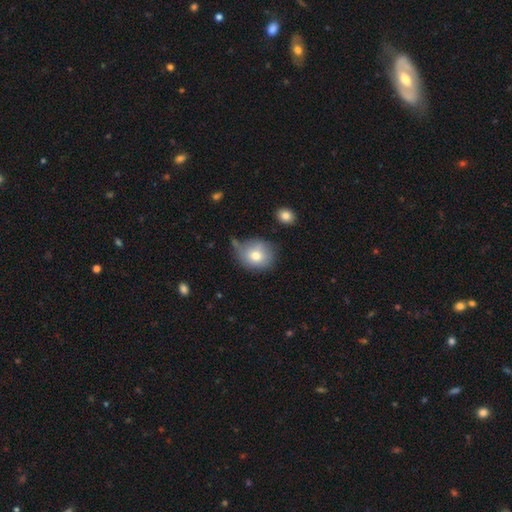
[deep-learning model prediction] Smooth or featured: smooth — 76% (featured or disk — 14%)
How rounded: round — 71% (in between — 28%)
Merging: none — 56% (minor disturbance — 27%)